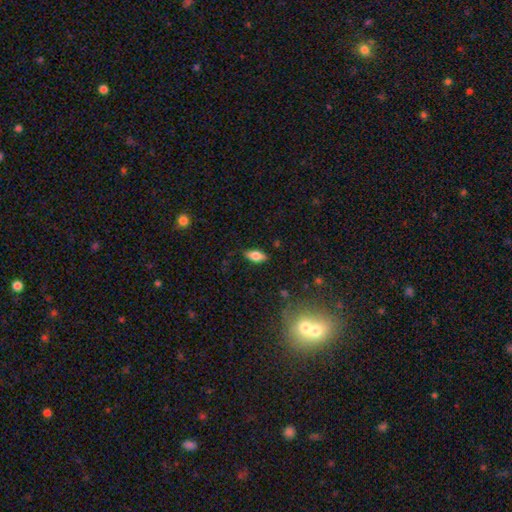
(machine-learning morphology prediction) A smooth galaxy with no disk features (70%) that is in between round and cigar-shaped (84%).

Vote fractions:
- Smooth or featured? smooth: 70% / featured or disk: 22% / star or artifact: 8%
- How rounded? in between: 84% / cigar-shaped: 12% / round: 3%
- Merging? none: 83% / minor disturbance: 13% / major disturbance: 3% / merger: 1%